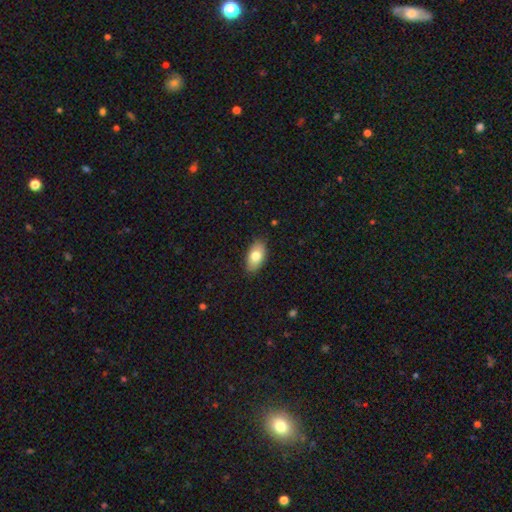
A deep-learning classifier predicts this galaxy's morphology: smooth_or_featured: smooth (p=0.77) [alt: featured or disk p=0.16]
how_rounded: in between (p=0.92) [alt: round p=0.04]
merging: none (p=0.86) [alt: minor disturbance p=0.11]